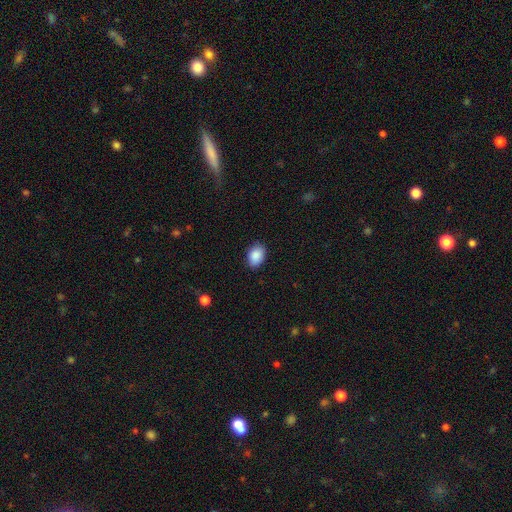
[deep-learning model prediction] smooth-or-featured: smooth: 89% | star or artifact: 7% | featured or disk: 4%
  how-rounded: in between: 81% | round: 18% | cigar-shaped: 1%
  merging: none: 85% | minor disturbance: 11% | major disturbance: 2% | merger: 1%